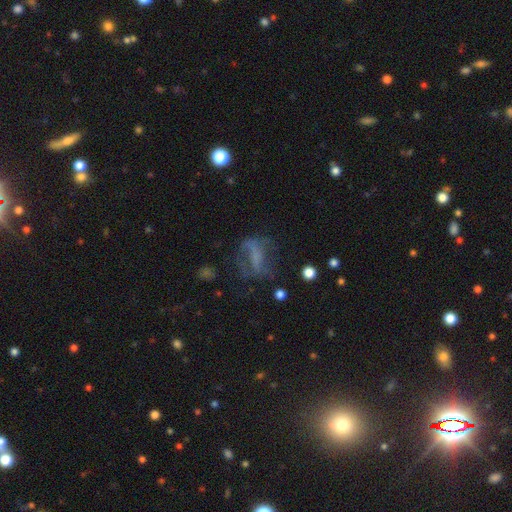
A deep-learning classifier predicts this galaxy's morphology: smooth_or_featured: featured or disk (p=0.48) [alt: smooth p=0.32]
merging: none (p=0.44) [alt: major disturbance p=0.33]